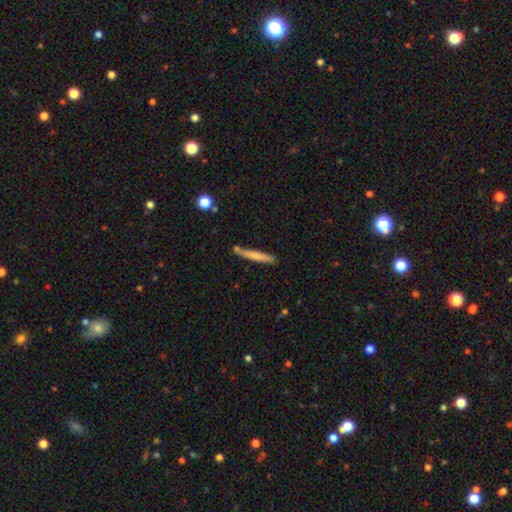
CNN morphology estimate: type=smooth (68%); roundness=cigar-shaped (95%); merging=none (78%).